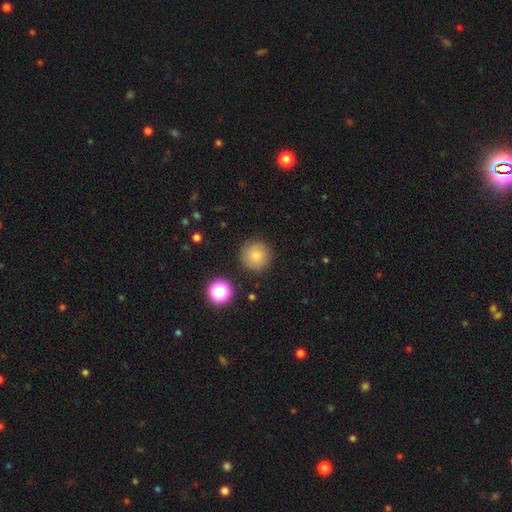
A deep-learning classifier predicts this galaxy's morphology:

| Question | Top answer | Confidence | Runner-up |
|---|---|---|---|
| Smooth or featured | smooth | 81% | star or artifact (11%) |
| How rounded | round | 96% | in between (3%) |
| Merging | none | 89% | minor disturbance (7%) |